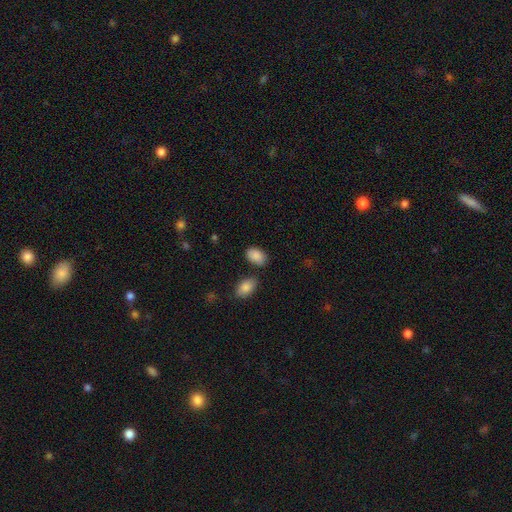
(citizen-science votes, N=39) Smooth or featured? smooth (87%)
How rounded? in between (94%)
Merging? none (61%)